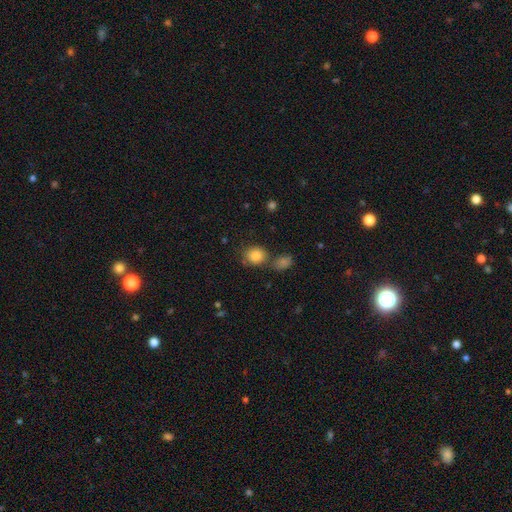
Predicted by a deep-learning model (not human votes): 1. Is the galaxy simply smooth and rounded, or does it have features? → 84% smooth, 10% star or artifact, 6% featured or disk.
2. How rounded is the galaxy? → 64% round, 34% in between, 1% cigar-shaped.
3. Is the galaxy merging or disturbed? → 66% none, 17% merger, 13% minor disturbance, 4% major disturbance.